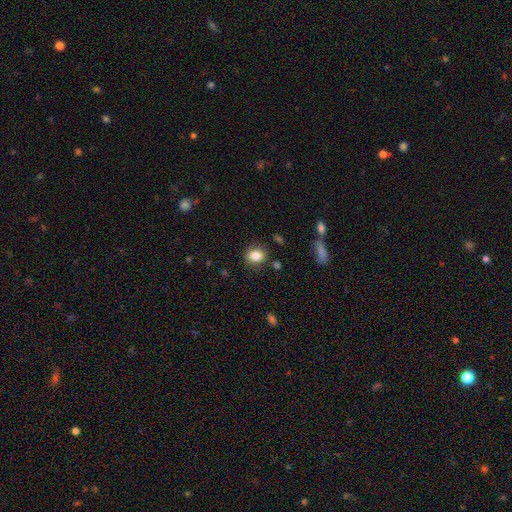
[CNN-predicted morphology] Q: Smooth or featured?
A: smooth (84%); runner-up: star or artifact (10%)
Q: How rounded?
A: round (60%); runner-up: in between (39%)
Q: Merging?
A: none (84%); runner-up: minor disturbance (11%)